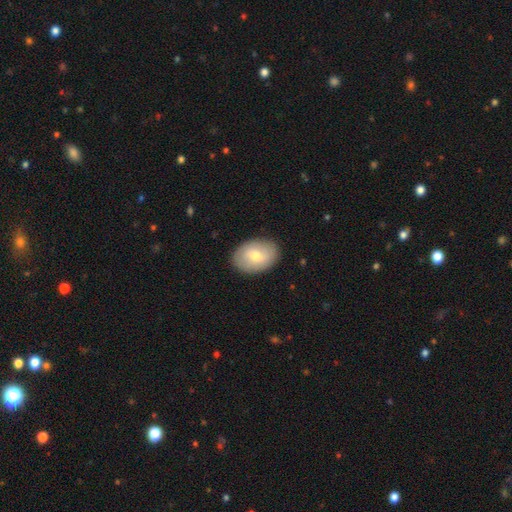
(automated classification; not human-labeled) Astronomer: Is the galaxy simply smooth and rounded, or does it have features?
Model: smooth — 67%.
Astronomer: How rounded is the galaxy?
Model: in between — 85%.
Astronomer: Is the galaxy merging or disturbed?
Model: none — 88%.